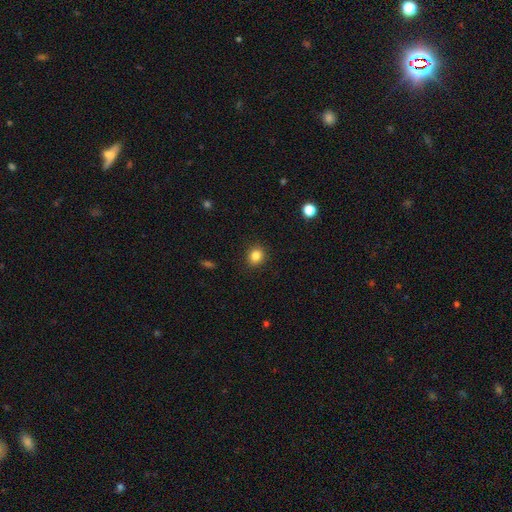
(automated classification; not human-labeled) Q: Smooth or featured?
A: smooth (84%); runner-up: star or artifact (11%)
Q: How rounded?
A: round (77%); runner-up: in between (22%)
Q: Merging?
A: none (90%); runner-up: minor disturbance (7%)